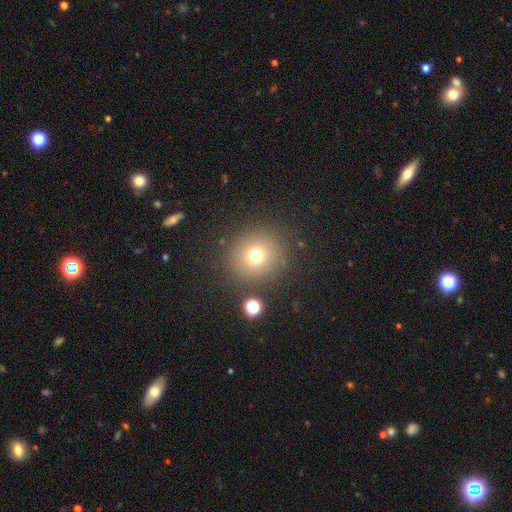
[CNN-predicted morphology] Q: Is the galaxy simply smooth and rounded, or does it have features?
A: smooth — 73%.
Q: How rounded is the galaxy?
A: round — 91%.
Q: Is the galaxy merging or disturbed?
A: none — 86%.